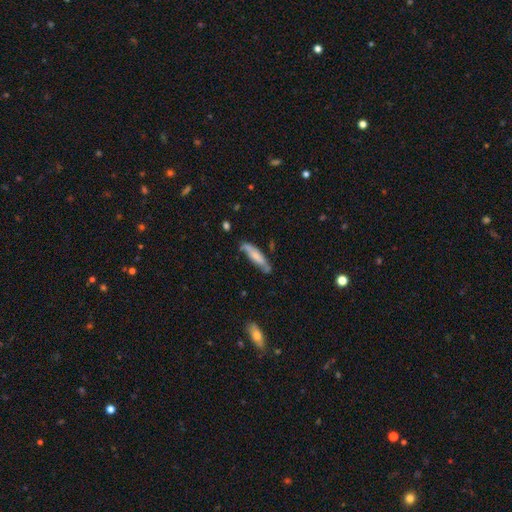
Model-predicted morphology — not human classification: Smooth or featured?
  - smooth: 60% *
  - featured or disk: 34%
  - star or artifact: 6%
How rounded?
  - cigar-shaped: 73% *
  - in between: 26%
  - round: 2%
Merging?
  - none: 64% *
  - minor disturbance: 25%
  - major disturbance: 6%
  - merger: 4%